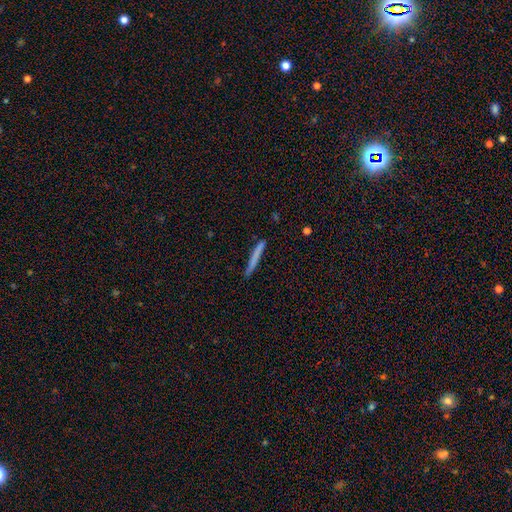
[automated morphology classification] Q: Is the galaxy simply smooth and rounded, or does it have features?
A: smooth — 70%.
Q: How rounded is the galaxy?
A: cigar-shaped — 97%.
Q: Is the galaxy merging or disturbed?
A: none — 88%.